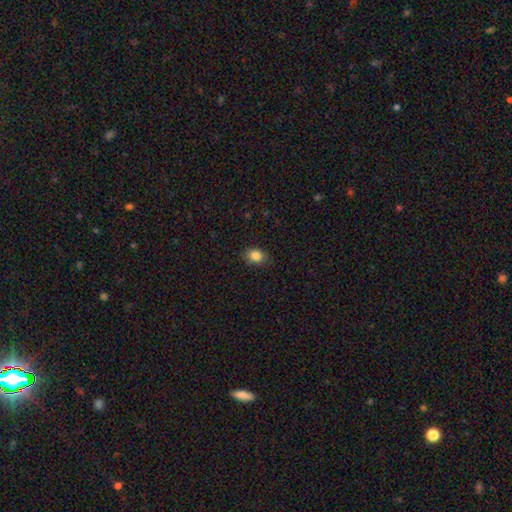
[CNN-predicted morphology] This appears to be a smooth galaxy with no disk features (85%) that is in between round and cigar-shaped (70%). Merging: none (85%).